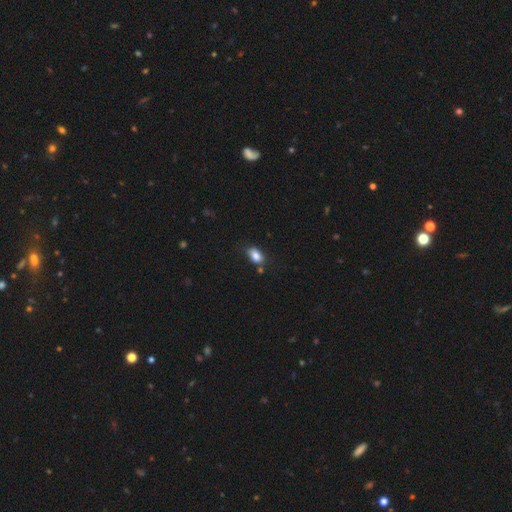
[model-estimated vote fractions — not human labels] The model was most divided on "merging": none: 64%, minor disturbance: 22%, merger: 9%, major disturbance: 5%. More confident: how rounded — in between (87%); smooth or featured — smooth (83%).